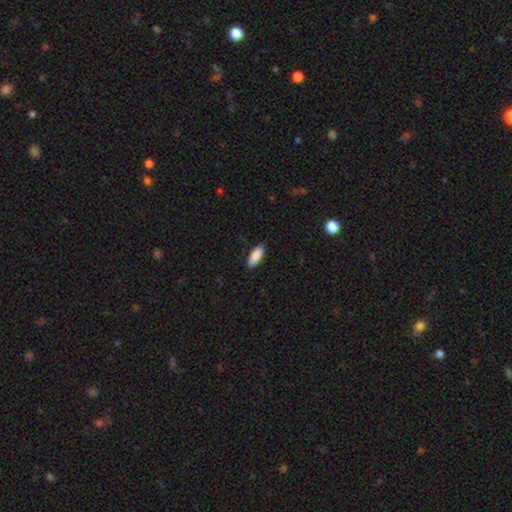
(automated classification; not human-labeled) A smooth galaxy with no disk features (89%) that is in between round and cigar-shaped (79%). Merging: none (88%).